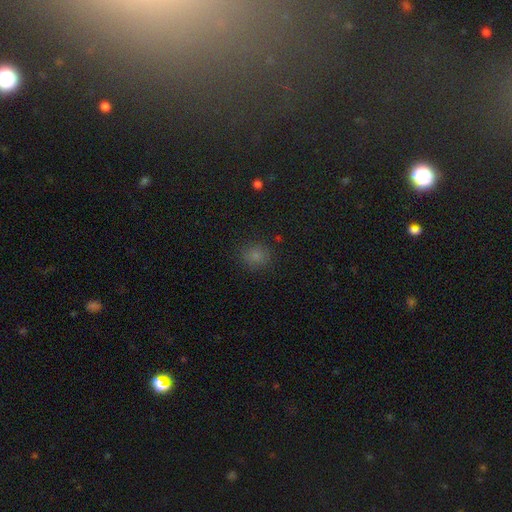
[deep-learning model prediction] Smooth or featured? Predicted: smooth (p=0.77). How rounded? Predicted: round (p=0.78). Merging? Predicted: none (p=0.84).